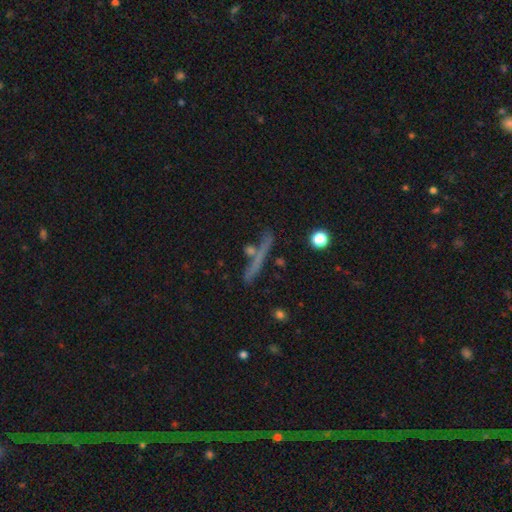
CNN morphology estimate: Smooth or featured?
  - smooth: 44% *
  - featured or disk: 40%
  - star or artifact: 16%
Merging?
  - none: 70% *
  - minor disturbance: 14%
  - merger: 9%
  - major disturbance: 7%